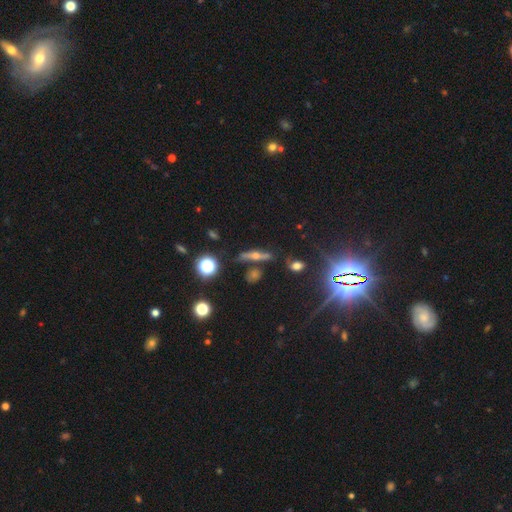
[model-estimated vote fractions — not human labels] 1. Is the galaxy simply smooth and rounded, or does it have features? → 44% featured or disk, 32% star or artifact, 24% smooth.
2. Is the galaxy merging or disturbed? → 72% none, 12% minor disturbance, 11% merger, 5% major disturbance.